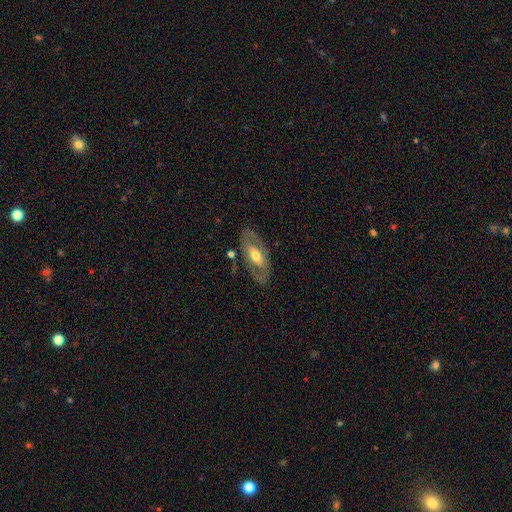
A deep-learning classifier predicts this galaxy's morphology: Smooth or featured? Predicted: featured or disk (p=0.62). Edge-on disk? Predicted: no (p=0.84). Bar? Predicted: no (p=0.55). Spiral arms? Predicted: no (p=0.65). Bulge size? Predicted: moderate (p=0.68). Merging? Predicted: none (p=0.76).